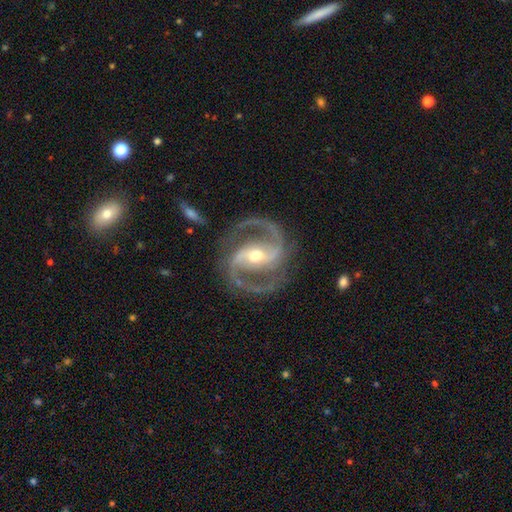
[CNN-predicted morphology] Smooth or featured? featured or disk (93%)
Edge-on disk? no (98%)
Bar? strong (45%)
Spiral arms? yes (99%)
Spiral winding? medium (69%)
Spiral arm count? 2 (93%)
Bulge size? moderate (64%)
Merging? none (83%)